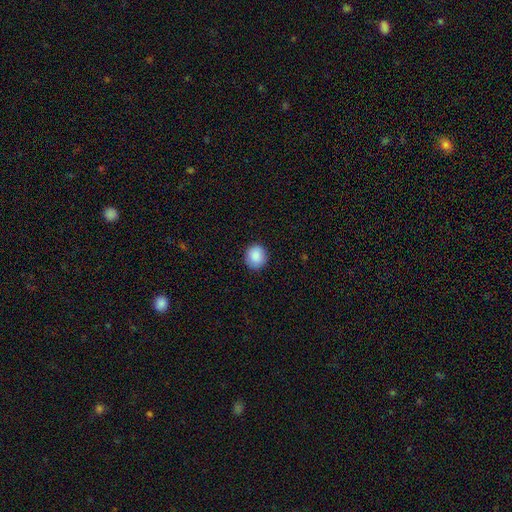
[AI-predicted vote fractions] Smooth or featured? smooth (89%)
How rounded? round (82%)
Merging? none (90%)